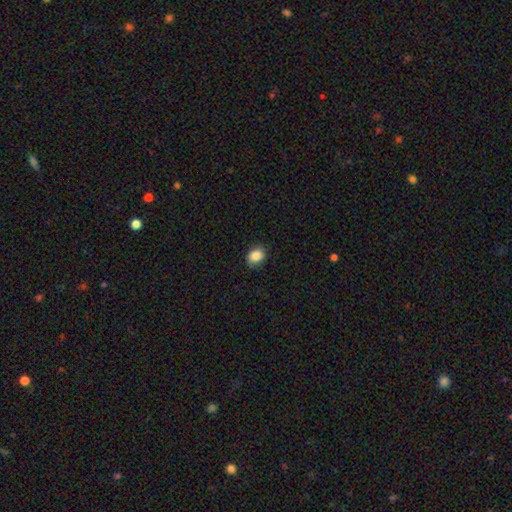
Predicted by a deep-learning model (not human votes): This appears to be a smooth galaxy with no disk features (87%) that is in between round and cigar-shaped (56%). Merging: none (83%).